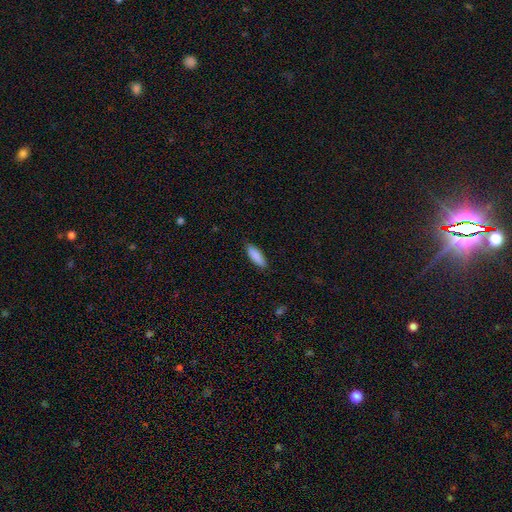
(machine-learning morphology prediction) smooth 88%, star or artifact 6%, featured or disk 6%. Down the decision tree: how rounded — in between (57%); merging — none (86%).